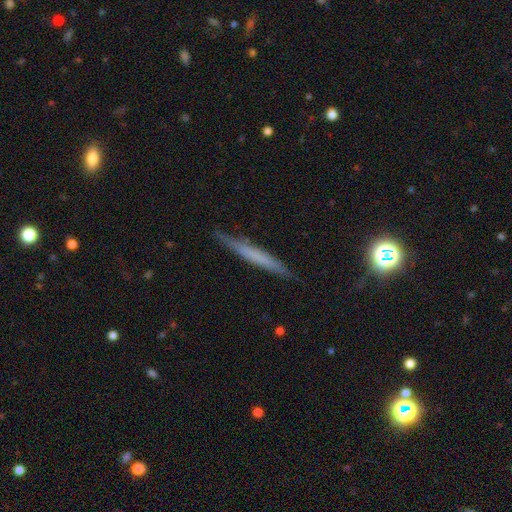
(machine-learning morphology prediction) This appears to be a smooth galaxy with no disk features (49%). Merging: none (86%).